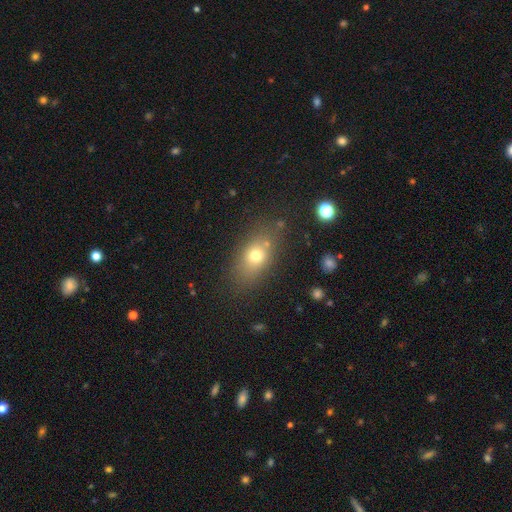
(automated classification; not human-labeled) Smooth or featured: smooth — 69% (featured or disk — 16%)
How rounded: in between — 69% (round — 25%)
Merging: none — 75% (minor disturbance — 14%)